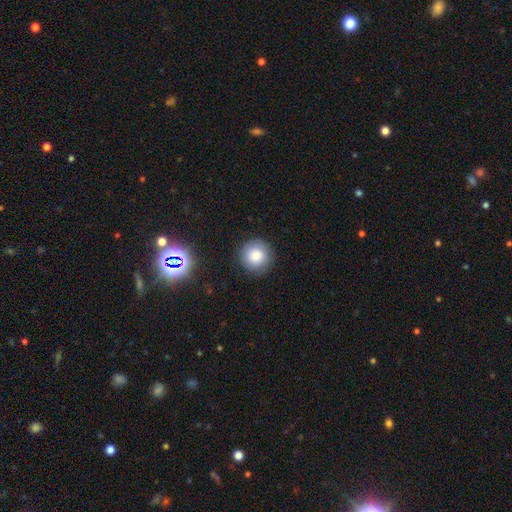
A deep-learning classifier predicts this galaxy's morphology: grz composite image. It shows a smooth galaxy with no disk features (82%) that is round (95%). Merging: none (89%).